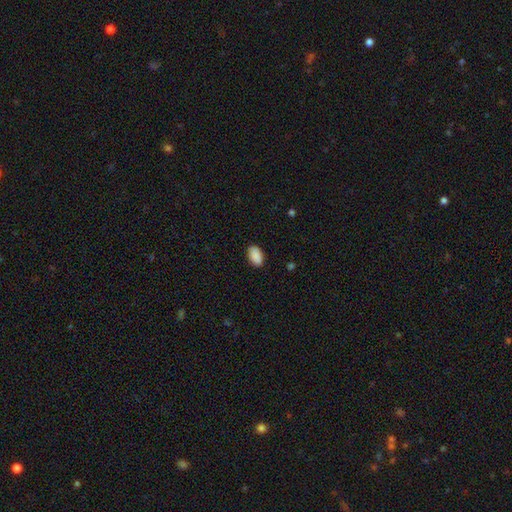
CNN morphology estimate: Smooth or featured?
  - smooth: 90% *
  - star or artifact: 7%
  - featured or disk: 3%
How rounded?
  - in between: 93% *
  - round: 5%
  - cigar-shaped: 1%
Merging?
  - none: 87% *
  - minor disturbance: 10%
  - major disturbance: 2%
  - merger: 1%